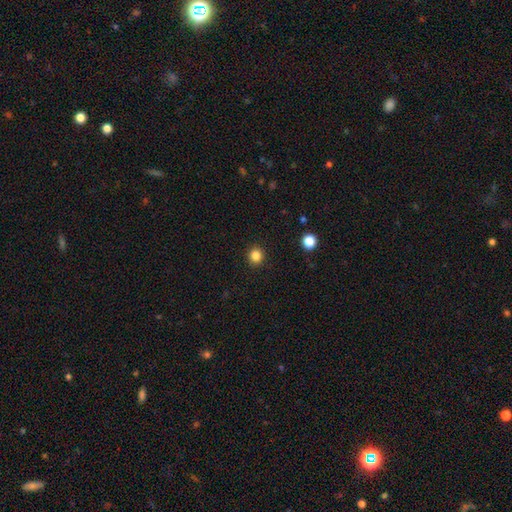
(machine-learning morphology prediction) The model was most divided on "smooth or featured": smooth: 84%, star or artifact: 12%, featured or disk: 4%. More confident: merging — none (92%); how rounded — round (89%).